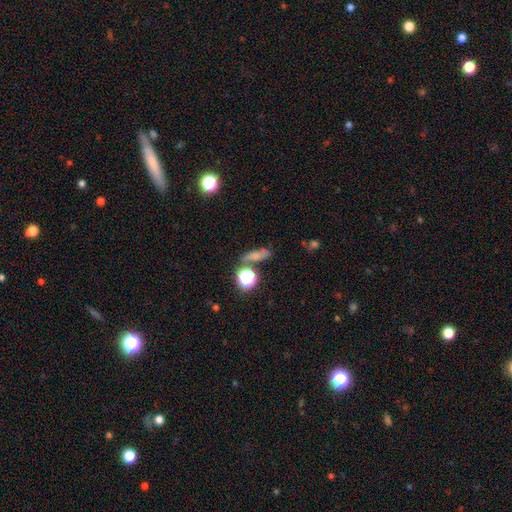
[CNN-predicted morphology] type=smooth (60%); roundness=in between (37%); merging=none (61%).